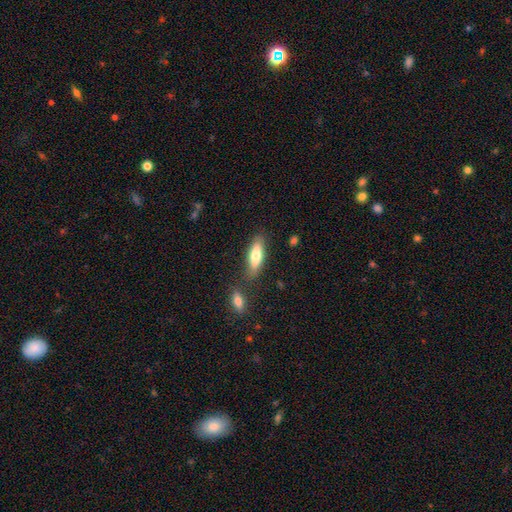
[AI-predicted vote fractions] This appears to be a smooth galaxy with no disk features (72%) that is in between round and cigar-shaped (54%). Merging: none (76%).